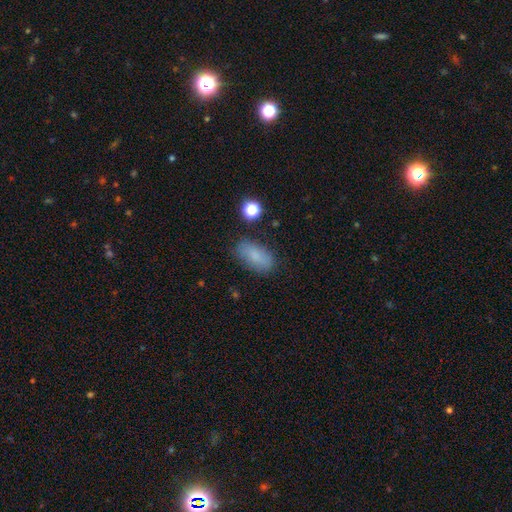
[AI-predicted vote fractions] A smooth galaxy with no disk features (81%) that is in between round and cigar-shaped (89%).

Vote fractions:
- Smooth or featured? smooth: 81% / featured or disk: 10% / star or artifact: 9%
- How rounded? in between: 89% / cigar-shaped: 6% / round: 5%
- Merging? none: 77% / minor disturbance: 16% / major disturbance: 4% / merger: 3%